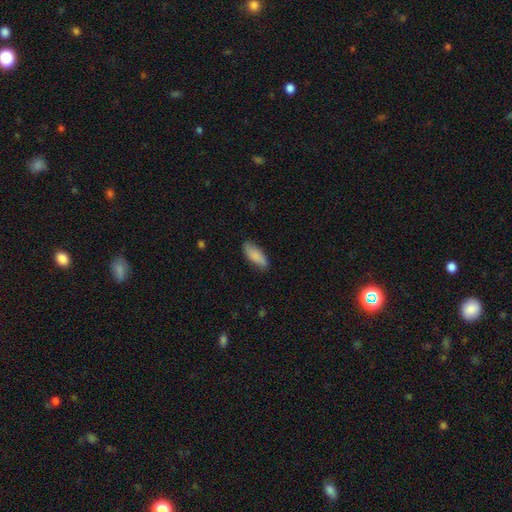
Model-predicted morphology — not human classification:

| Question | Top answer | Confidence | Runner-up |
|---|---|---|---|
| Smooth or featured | smooth | 86% | featured or disk (9%) |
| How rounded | in between | 71% | cigar-shaped (28%) |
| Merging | none | 82% | minor disturbance (14%) |